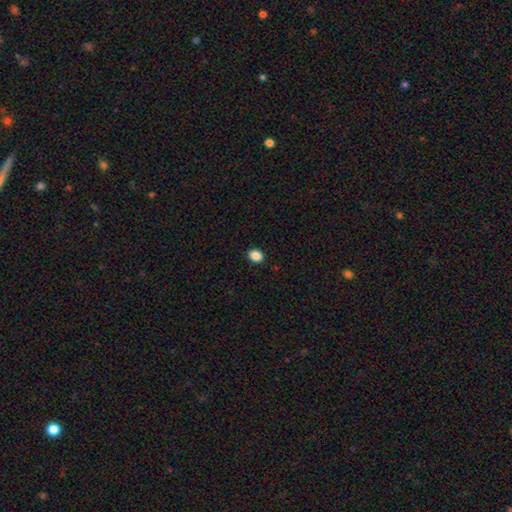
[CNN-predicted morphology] The model was most divided on "how rounded": round: 56%, in between: 44%, cigar-shaped: 1%. More confident: merging — none (92%); smooth or featured — smooth (88%).